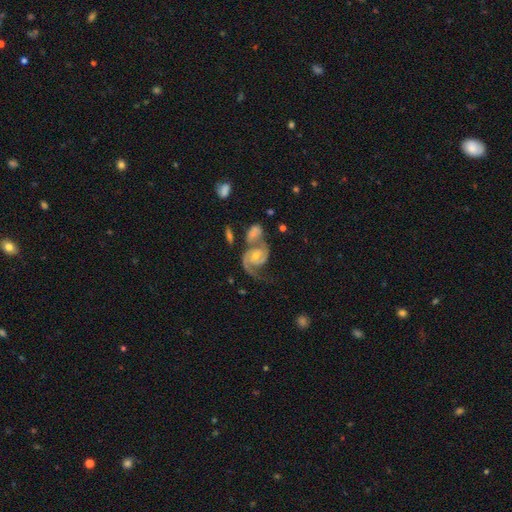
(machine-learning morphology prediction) This appears to be a featured or disk galaxy (81%) with no bar (57%), 2 (81%) medium (51%) spiral arms (92%) and a moderate central bulge (51%). Merging: none (47%).